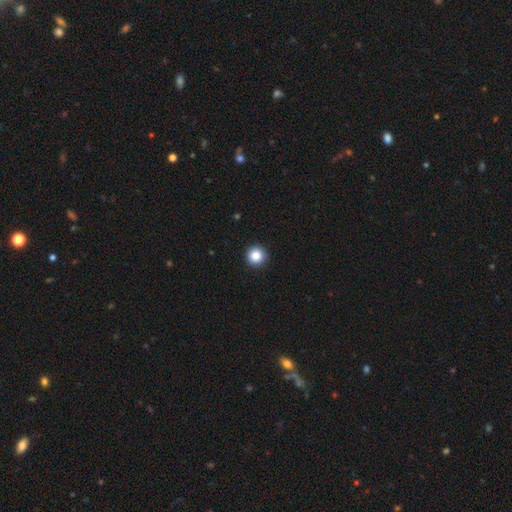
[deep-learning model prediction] Smooth or featured: smooth — 86% (star or artifact — 10%)
How rounded: round — 96% (in between — 3%)
Merging: none — 93% (minor disturbance — 4%)